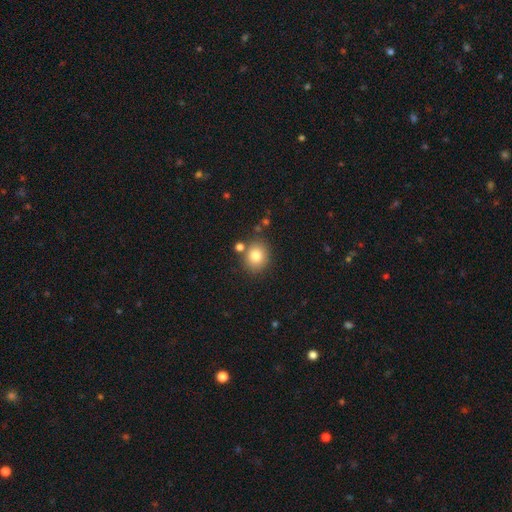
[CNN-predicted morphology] smooth_or_featured: smooth (p=0.80) [alt: star or artifact p=0.11]
how_rounded: round (p=0.76) [alt: in between p=0.23]
merging: none (p=0.77) [alt: minor disturbance p=0.10]